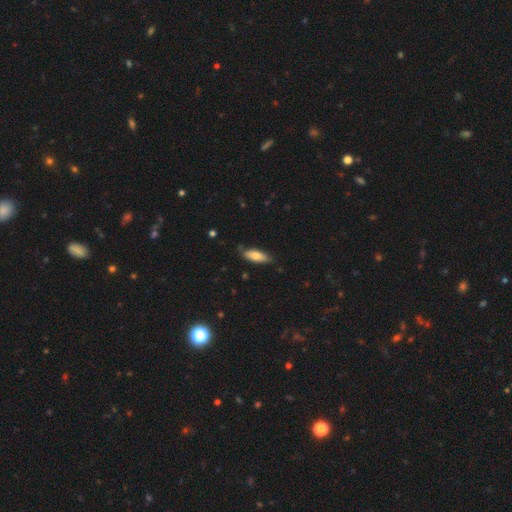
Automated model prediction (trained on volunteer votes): Smooth or featured? Predicted: smooth (p=0.75). How rounded? Predicted: in between (p=0.64). Merging? Predicted: none (p=0.77).